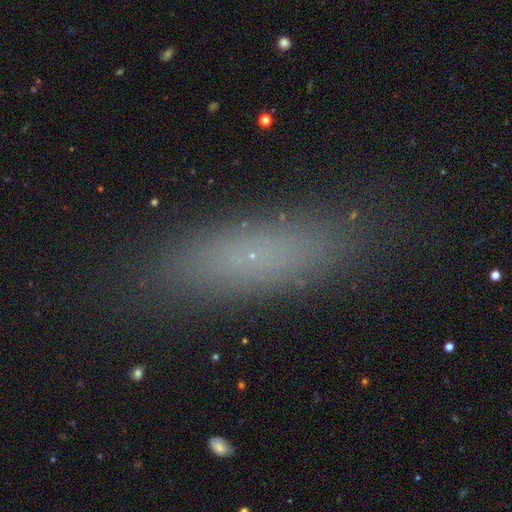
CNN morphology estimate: A smooth galaxy with no disk features (68%) that is cigar-shaped (56%).

Vote fractions:
- Smooth or featured? smooth: 68% / featured or disk: 17% / star or artifact: 15%
- How rounded? cigar-shaped: 56% / in between: 41% / round: 3%
- Merging? none: 86% / minor disturbance: 10% / major disturbance: 3% / merger: 1%